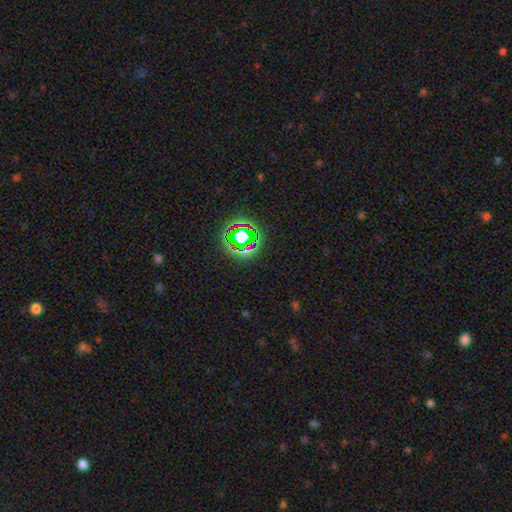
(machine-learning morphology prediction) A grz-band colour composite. It shows a star or artifact, not a galaxy (70%).